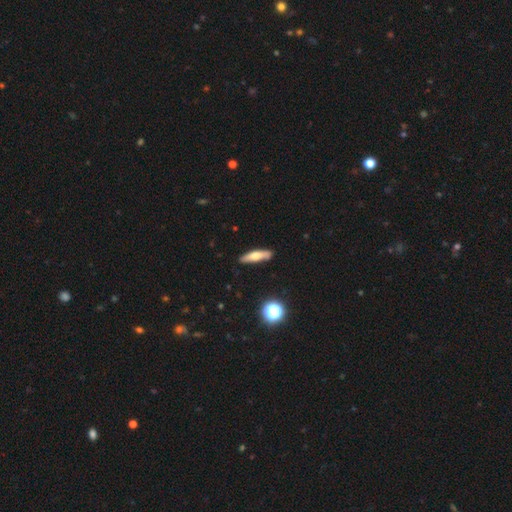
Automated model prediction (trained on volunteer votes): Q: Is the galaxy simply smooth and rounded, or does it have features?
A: smooth — 57%.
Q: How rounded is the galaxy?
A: cigar-shaped — 74%.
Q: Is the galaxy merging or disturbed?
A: none — 83%.